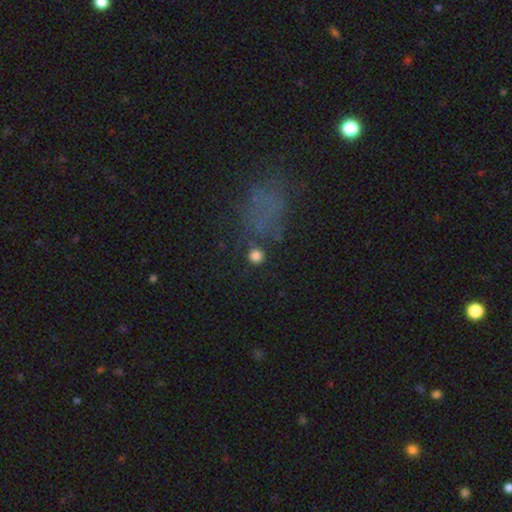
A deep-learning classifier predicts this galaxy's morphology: smooth 80%, star or artifact 13%, featured or disk 6%. Down the decision tree: how rounded — round (94%); merging — none (80%).